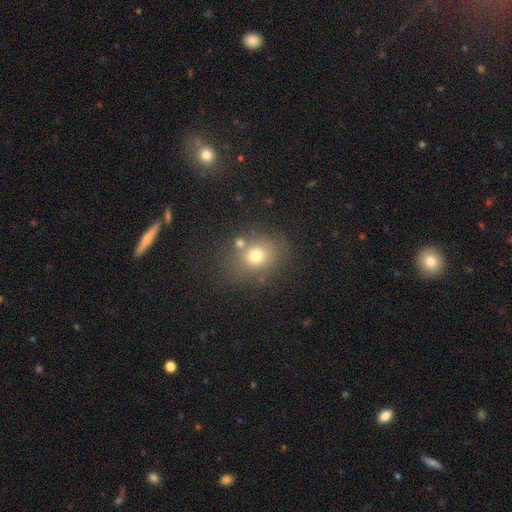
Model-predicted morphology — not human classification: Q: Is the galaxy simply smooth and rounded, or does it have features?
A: smooth — 73%.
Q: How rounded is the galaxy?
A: round — 64%.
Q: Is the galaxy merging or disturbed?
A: none — 70%.